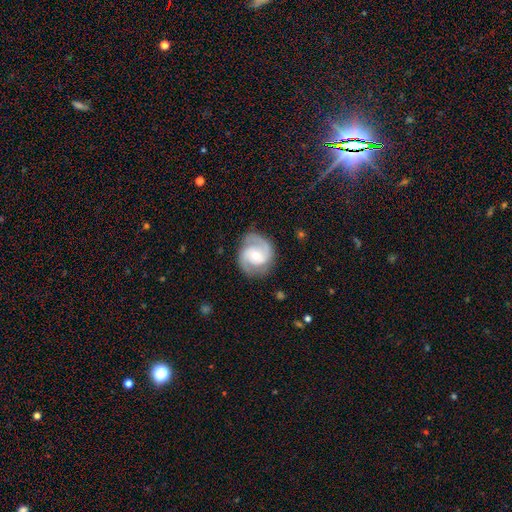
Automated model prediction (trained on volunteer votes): Smooth or featured: featured or disk — 86% (smooth — 9%)
Edge-on disk: no — 98% (yes — 2%)
Bar: no — 46% (weak — 40%)
Spiral arms: yes — 96% (no — 4%)
Spiral winding: medium — 51% (tight — 37%)
Spiral arm count: 2 — 87% (can't tell — 4%)
Bulge size: moderate — 54% (small — 42%)
Merging: none — 81% (minor disturbance — 13%)